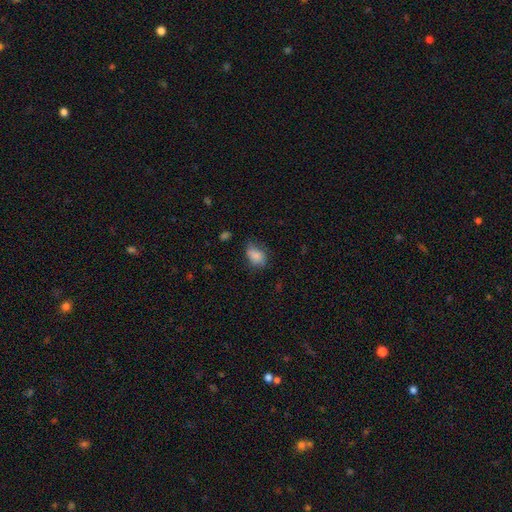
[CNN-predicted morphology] Smooth or featured? smooth (84%)
How rounded? in between (80%)
Merging? none (54%)